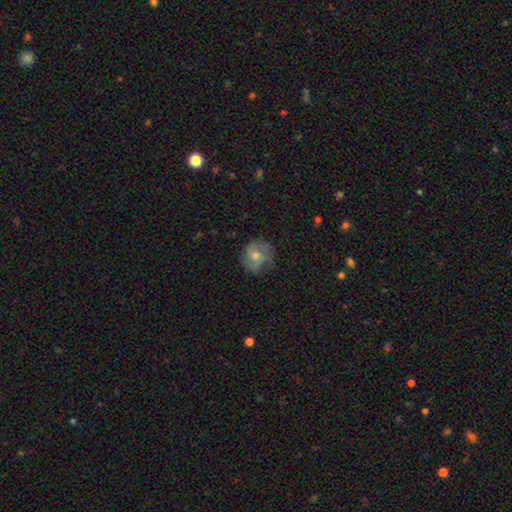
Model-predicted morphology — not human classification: smooth-or-featured: featured or disk: 55% | smooth: 34% | star or artifact: 11%
  disk-edge-on: no: 97% | yes: 3%
    bar: no: 65% | weak: 29% | strong: 5%
    has-spiral-arms: yes: 82% | no: 18%
    bulge-size: moderate: 57% | small: 37% | large: 3% | none: 2% | dominant: 1%
  merging: none: 72% | minor disturbance: 19% | major disturbance: 7% | merger: 1%